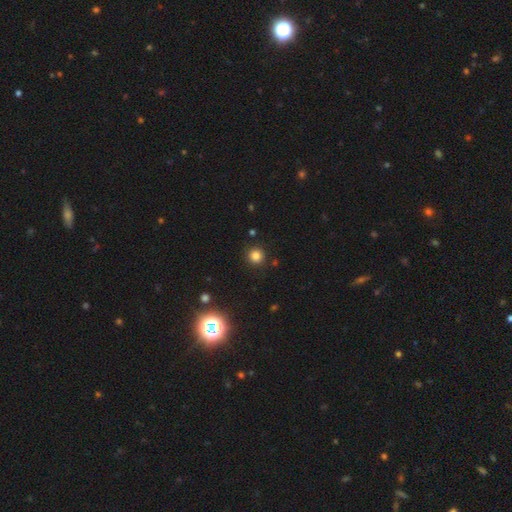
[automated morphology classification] Smooth or featured? Predicted: smooth (p=0.81). How rounded? Predicted: round (p=0.93). Merging? Predicted: none (p=0.89).